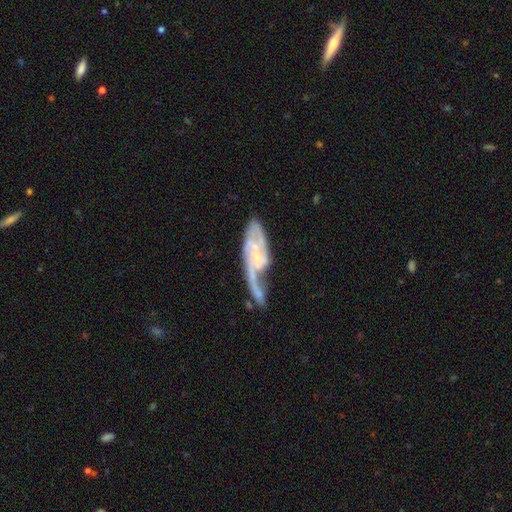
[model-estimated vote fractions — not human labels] Q: Smooth or featured?
A: featured or disk (80%); runner-up: smooth (13%)
Q: Edge-on disk?
A: no (89%); runner-up: yes (11%)
Q: Bar?
A: no (55%); runner-up: weak (33%)
Q: Spiral arms?
A: yes (90%); runner-up: no (10%)
Q: Spiral winding?
A: medium (40%); runner-up: loose (31%)
Q: Spiral arm count?
A: 2 (49%); runner-up: can't tell (19%)
Q: Bulge size?
A: small (67%); runner-up: none (16%)
Q: Merging?
A: major disturbance (31%); runner-up: none (30%)